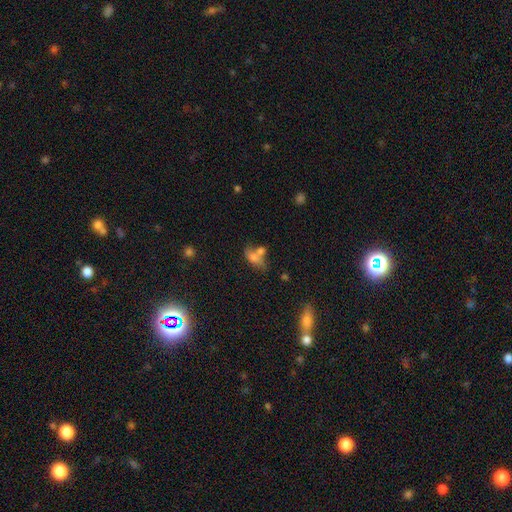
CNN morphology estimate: Smooth or featured: smooth — 67% (featured or disk — 21%)
How rounded: in between — 77% (cigar-shaped — 12%)
Merging: merger — 43% (none — 33%)